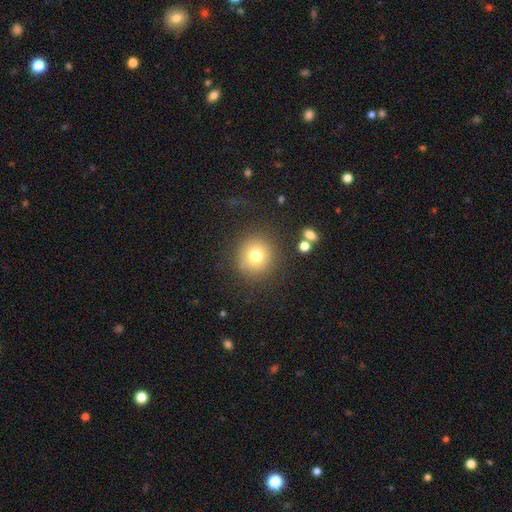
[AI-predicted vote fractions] This appears to be a smooth galaxy with no disk features (73%) that is round (90%). Merging: none (82%).